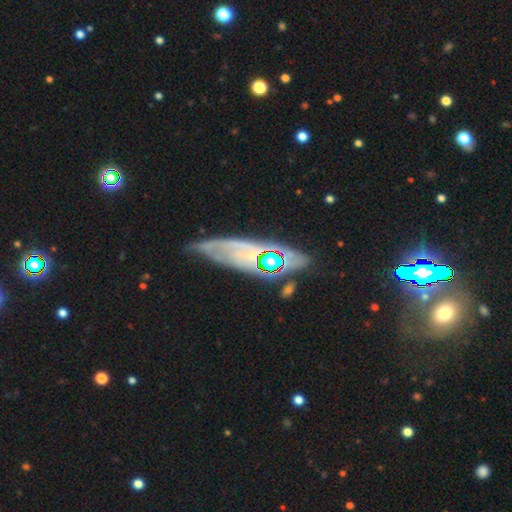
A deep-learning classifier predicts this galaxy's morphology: Smooth or featured?
  - featured or disk: 66% *
  - smooth: 18%
  - star or artifact: 16%
Edge-on disk?
  - no: 71% *
  - yes: 29%
Merging?
  - none: 64% *
  - minor disturbance: 22%
  - major disturbance: 9%
  - merger: 4%